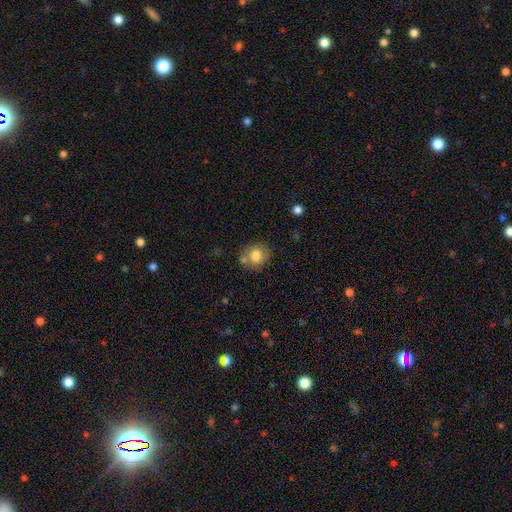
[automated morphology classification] Smooth or featured? smooth (79%)
How rounded? round (73%)
Merging? none (66%)